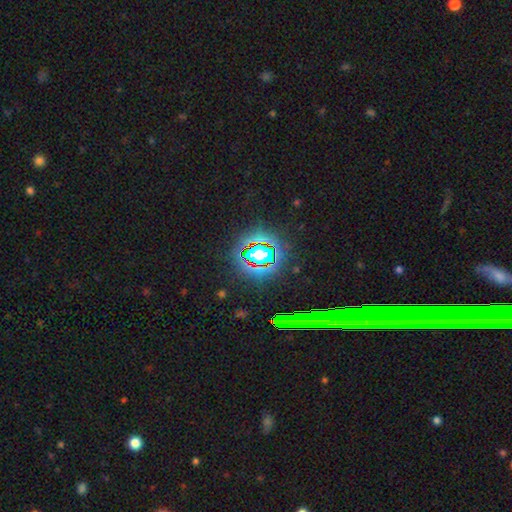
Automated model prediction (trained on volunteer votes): This is likely a star or artifact rather than a galaxy (77%).